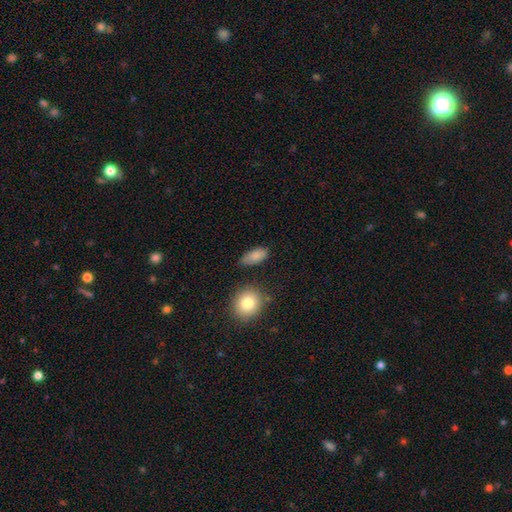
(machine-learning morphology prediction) Smooth or featured: smooth — 85% (star or artifact — 8%)
How rounded: in between — 88% (cigar-shaped — 6%)
Merging: none — 72% (minor disturbance — 20%)